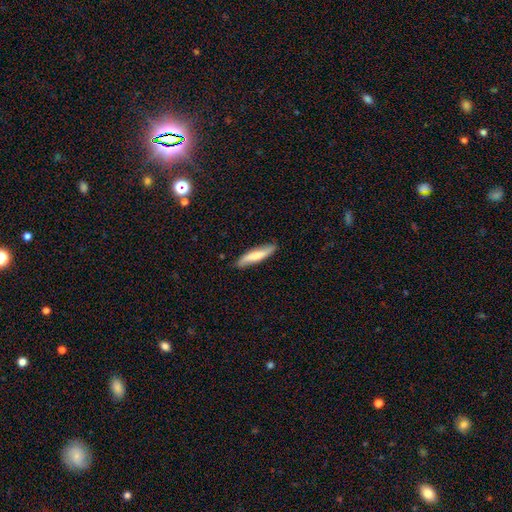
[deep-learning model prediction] Morphology: type=smooth (62%); roundness=cigar-shaped (82%); merging=none (84%).